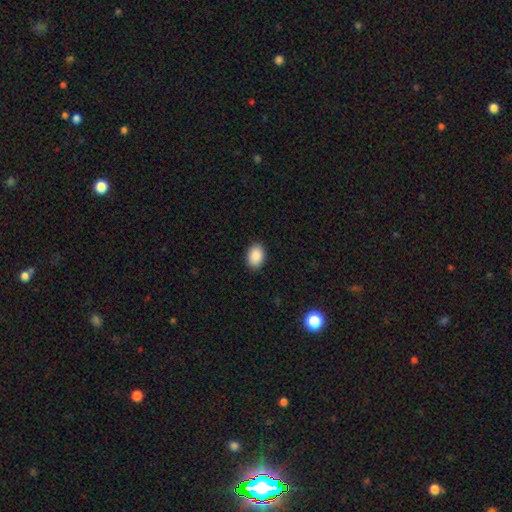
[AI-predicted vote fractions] A smooth galaxy with no disk features (90%) that is in between round and cigar-shaped (82%). Merging: none (90%).